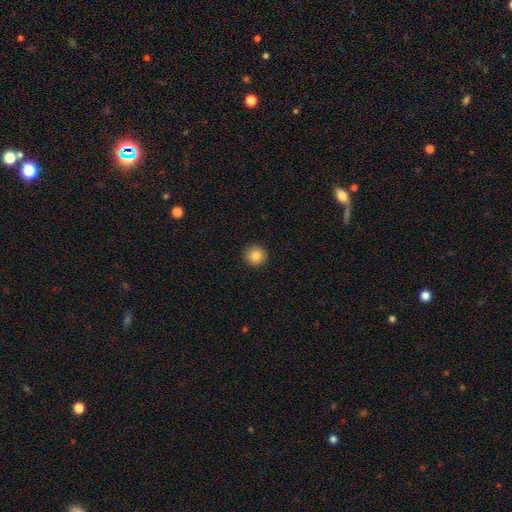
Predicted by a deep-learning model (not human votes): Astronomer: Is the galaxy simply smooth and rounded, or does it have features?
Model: smooth — 85%.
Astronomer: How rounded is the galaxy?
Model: round — 94%.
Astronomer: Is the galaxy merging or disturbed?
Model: none — 93%.